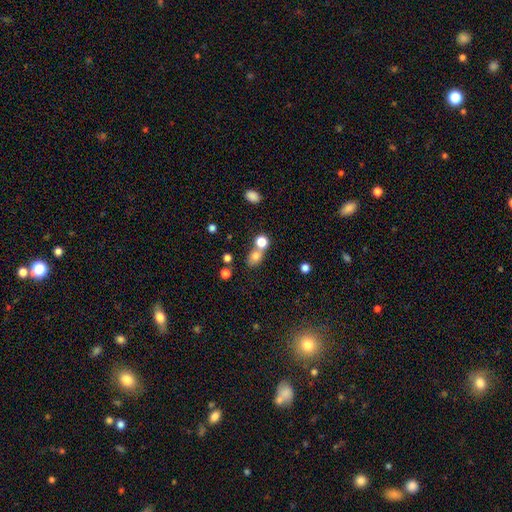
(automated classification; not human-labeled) A smooth galaxy with no disk features (76%) that is round (52%). Merging: none (44%).